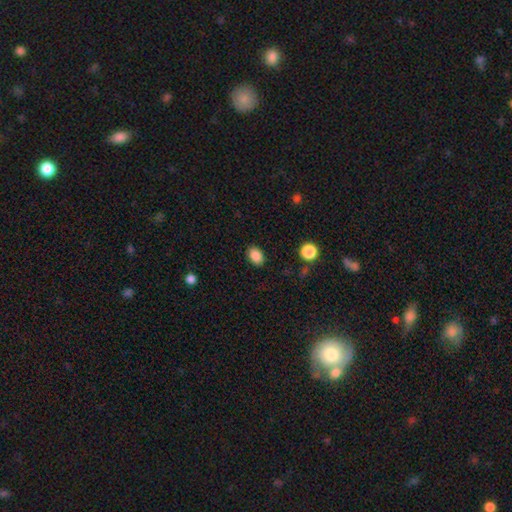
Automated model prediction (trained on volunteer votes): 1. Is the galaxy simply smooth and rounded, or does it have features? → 87% smooth, 9% star or artifact, 4% featured or disk.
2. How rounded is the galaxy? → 76% in between, 23% round, 1% cigar-shaped.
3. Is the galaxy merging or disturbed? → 87% none, 9% minor disturbance, 3% major disturbance, 1% merger.